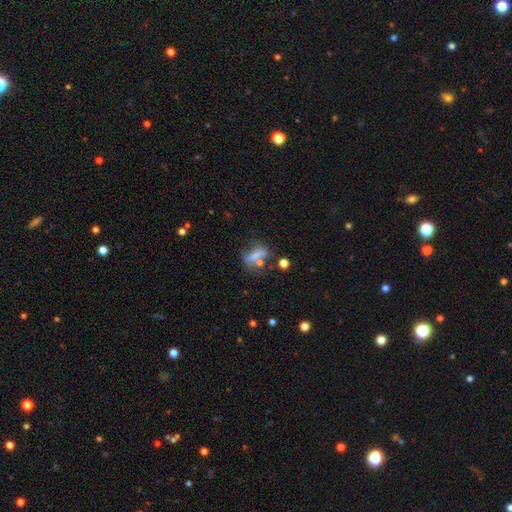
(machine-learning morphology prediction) smooth_or_featured: smooth (p=0.47) [alt: featured or disk p=0.38]
merging: none (p=0.45) [alt: minor disturbance p=0.19]